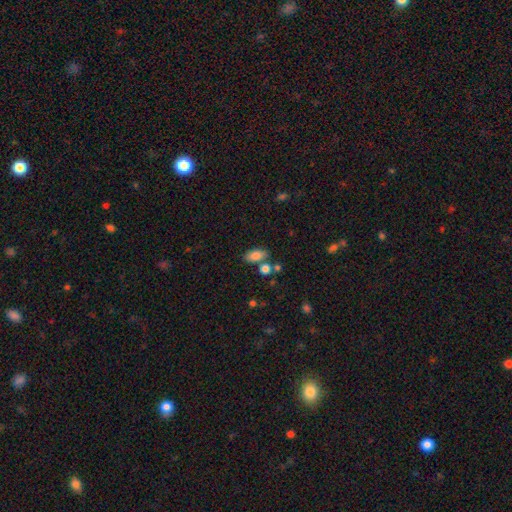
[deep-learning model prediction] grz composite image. It shows a smooth galaxy with no disk features (82%) that is in between round and cigar-shaped (87%). Merging: none (67%).